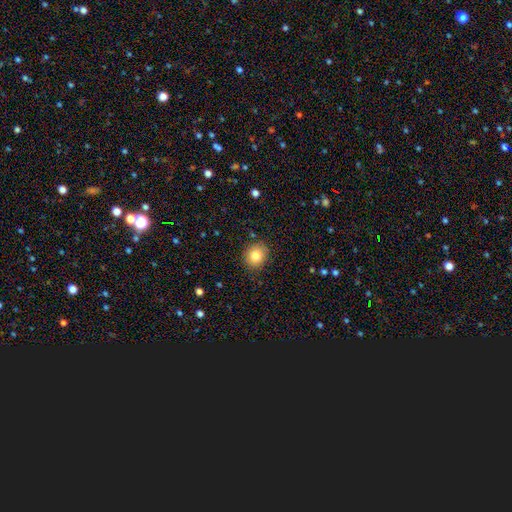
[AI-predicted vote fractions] The model was most divided on "how rounded": round: 68%, in between: 31%, cigar-shaped: 1%. More confident: merging — none (87%); smooth or featured — smooth (83%).